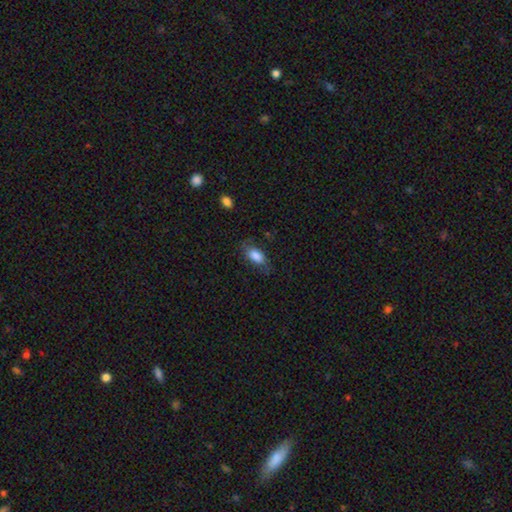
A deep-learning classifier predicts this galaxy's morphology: A smooth galaxy with no disk features (79%) that is in between round and cigar-shaped (90%). Merging: none (68%).